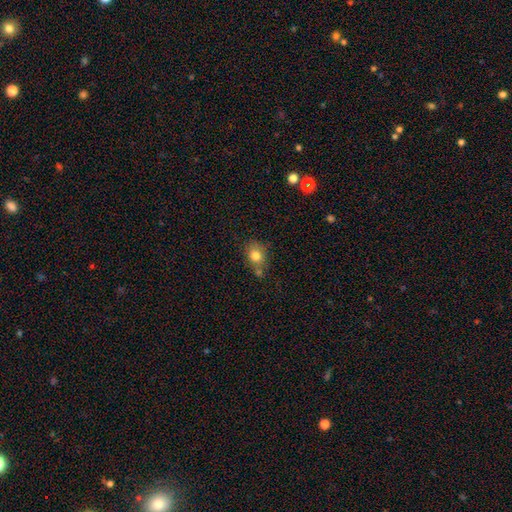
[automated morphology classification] A smooth galaxy with no disk features (80%) that is round (60%).

Vote fractions:
- Smooth or featured? smooth: 80% / star or artifact: 10% / featured or disk: 10%
- How rounded? round: 60% / in between: 39% / cigar-shaped: 1%
- Merging? none: 56% / minor disturbance: 20% / merger: 19% / major disturbance: 5%